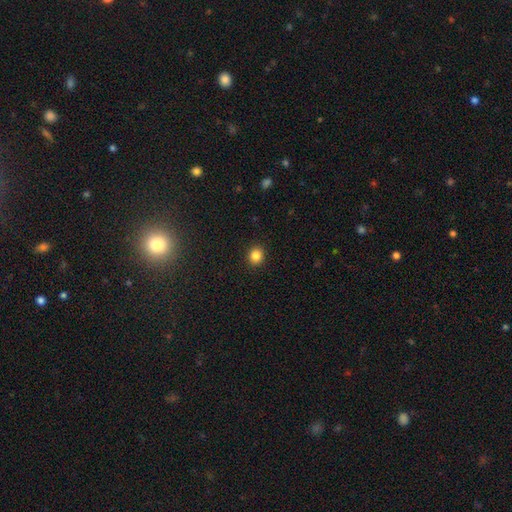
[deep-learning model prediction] A smooth galaxy with no disk features (85%) that is round (84%). Merging: none (92%).